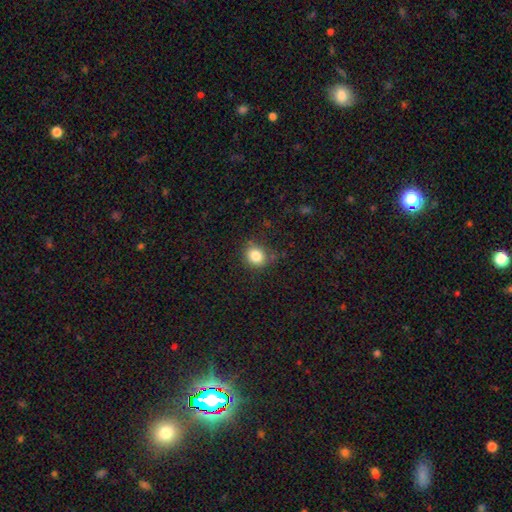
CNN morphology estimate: Overall: smooth (83%). How rounded: round (73%). Merging: none (76%).